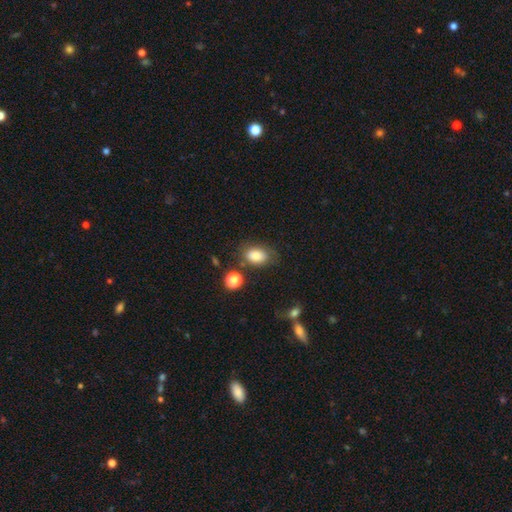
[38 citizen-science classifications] This appears to be a smooth galaxy with no disk features (92%) that is in between round and cigar-shaped (89%). Merging: none (64%).